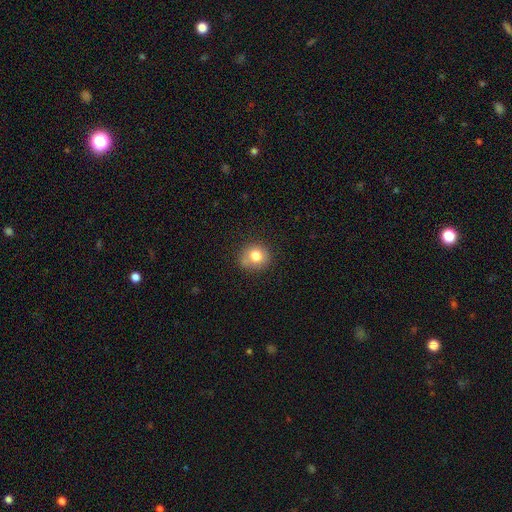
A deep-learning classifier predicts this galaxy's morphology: smooth-or-featured: smooth: 79% | featured or disk: 11% | star or artifact: 10%
  how-rounded: round: 83% | in between: 16% | cigar-shaped: 1%
  merging: none: 73% | minor disturbance: 19% | major disturbance: 5% | merger: 3%